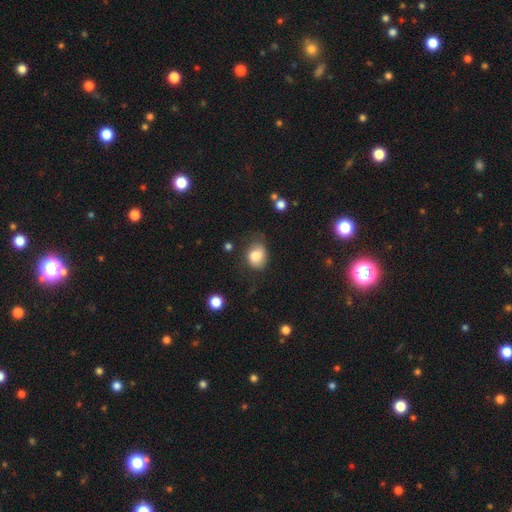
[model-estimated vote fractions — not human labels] smooth-or-featured: smooth: 80% | featured or disk: 11% | star or artifact: 8%
  how-rounded: in between: 57% | round: 42% | cigar-shaped: 1%
  merging: none: 54% | minor disturbance: 31% | major disturbance: 12% | merger: 3%